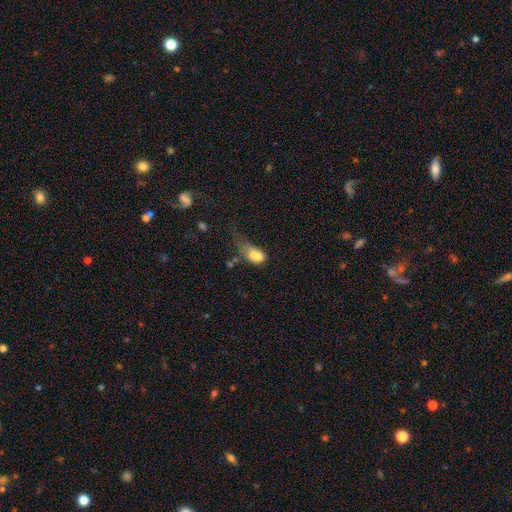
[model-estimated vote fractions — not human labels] Smooth or featured: smooth — 69% (featured or disk — 21%)
How rounded: in between — 72% (round — 24%)
Merging: merger — 37% (major disturbance — 30%)